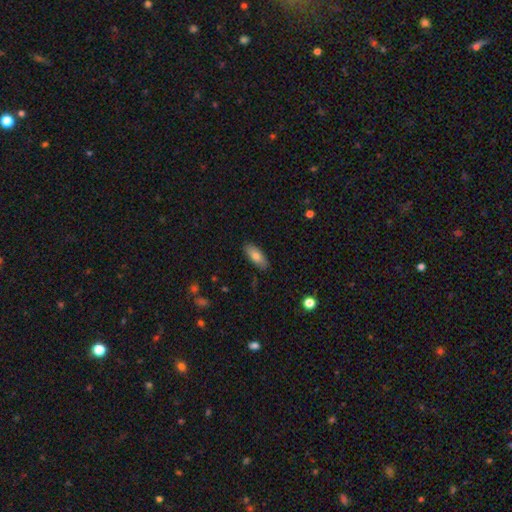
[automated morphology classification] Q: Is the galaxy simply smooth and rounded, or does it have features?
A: smooth — 78%.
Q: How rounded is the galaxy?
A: in between — 79%.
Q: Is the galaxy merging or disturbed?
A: none — 87%.